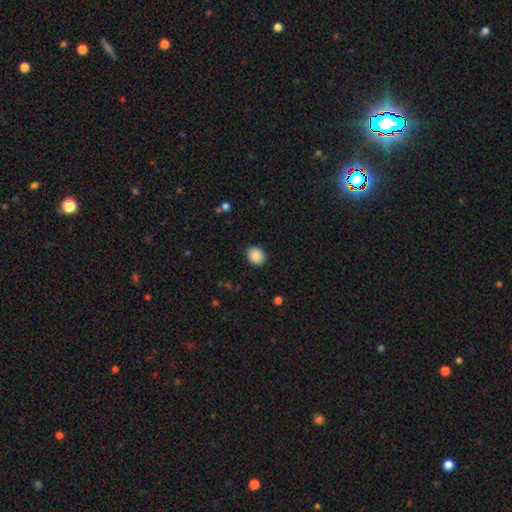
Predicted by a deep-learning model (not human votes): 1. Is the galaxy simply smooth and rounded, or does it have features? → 88% smooth, 8% star or artifact, 4% featured or disk.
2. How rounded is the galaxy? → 50% round, 49% in between, 1% cigar-shaped.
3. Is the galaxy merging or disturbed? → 87% none, 10% minor disturbance, 2% major disturbance, 1% merger.